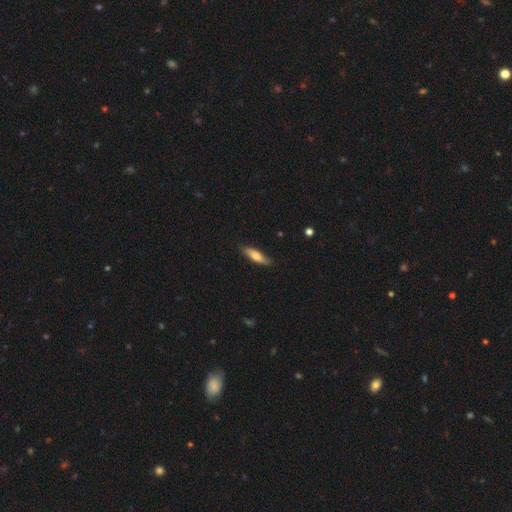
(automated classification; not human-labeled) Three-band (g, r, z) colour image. It shows a smooth galaxy with no disk features (69%) that is cigar-shaped (67%). Merging: none (83%).